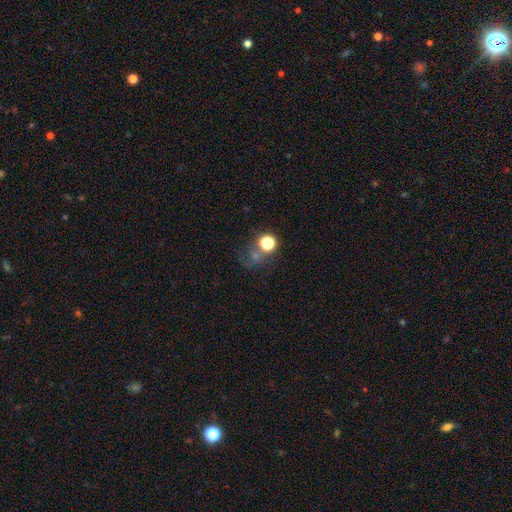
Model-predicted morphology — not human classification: This appears to be a star or artifact, not a galaxy (43%).